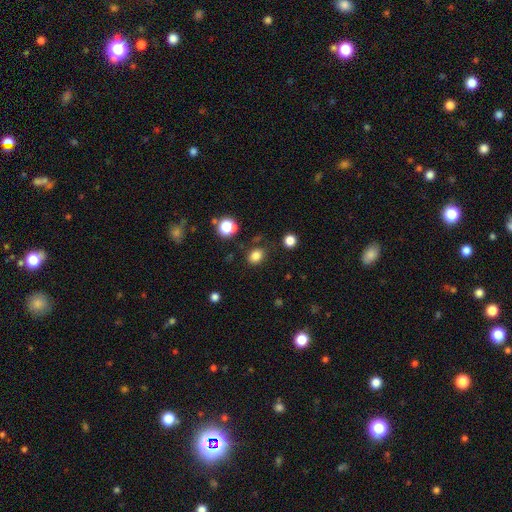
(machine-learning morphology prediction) smooth_or_featured: smooth (p=0.82) [alt: star or artifact p=0.13]
how_rounded: round (p=0.53) [alt: in between p=0.46]
merging: none (p=0.81) [alt: minor disturbance p=0.12]